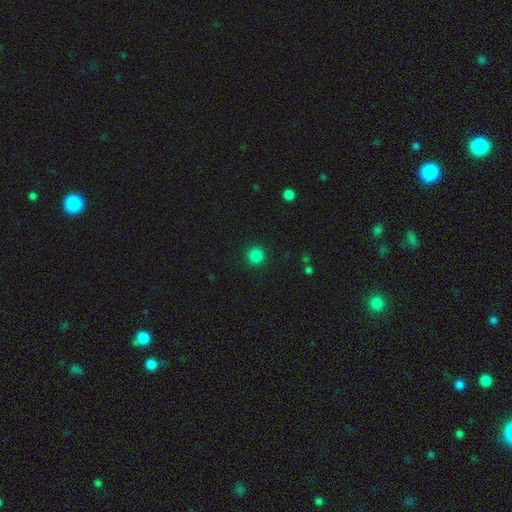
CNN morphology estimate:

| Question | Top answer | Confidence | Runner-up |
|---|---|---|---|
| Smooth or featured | smooth | 85% | star or artifact (12%) |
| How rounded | round | 94% | in between (5%) |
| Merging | none | 92% | minor disturbance (5%) |